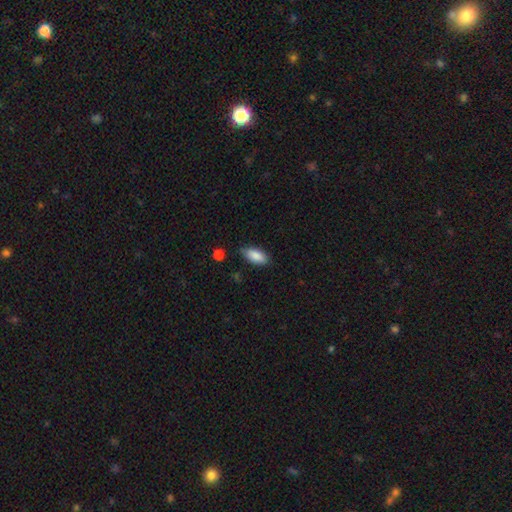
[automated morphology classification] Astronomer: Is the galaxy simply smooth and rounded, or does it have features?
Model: smooth — 87%.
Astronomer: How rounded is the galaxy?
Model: in between — 88%.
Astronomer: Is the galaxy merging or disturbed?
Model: none — 80%.